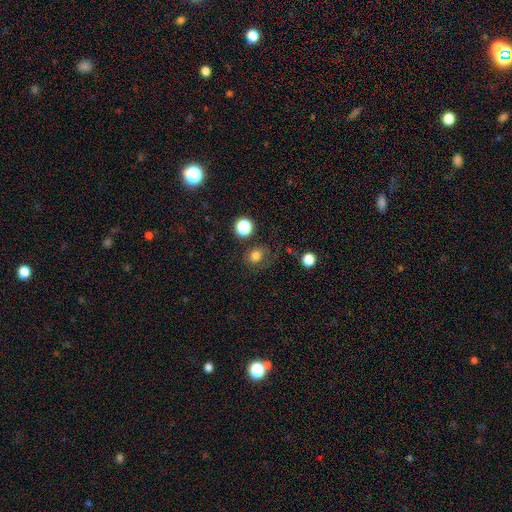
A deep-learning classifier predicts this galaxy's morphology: Smooth or featured? Predicted: smooth (p=0.78). How rounded? Predicted: round (p=0.65). Merging? Predicted: none (p=0.64).